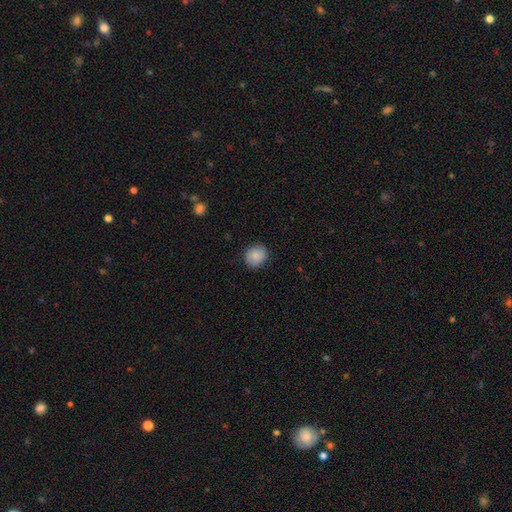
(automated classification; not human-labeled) smooth 85%, star or artifact 8%, featured or disk 7%. Down the decision tree: how rounded — round (81%); merging — none (86%).